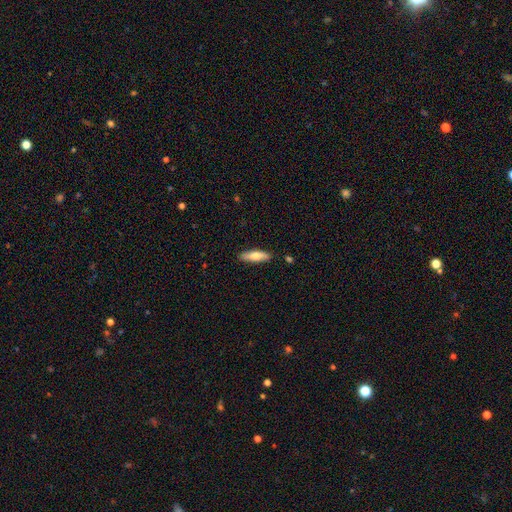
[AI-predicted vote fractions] smooth 70%, featured or disk 24%, star or artifact 6%. Down the decision tree: how rounded — cigar-shaped (58%); merging — none (88%).